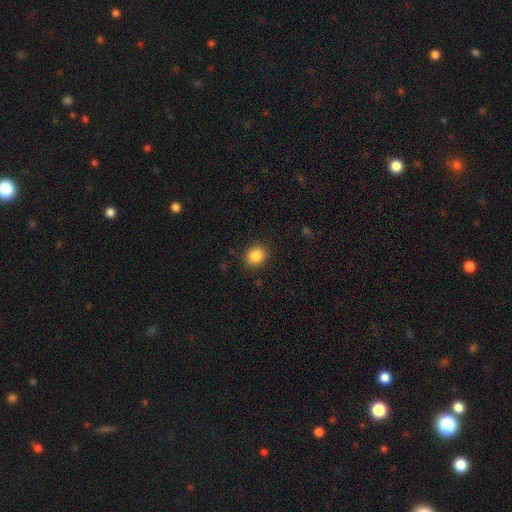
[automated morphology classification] smooth_or_featured: smooth (p=0.86) [alt: star or artifact p=0.10]
how_rounded: round (p=0.73) [alt: in between p=0.26]
merging: none (p=0.89) [alt: minor disturbance p=0.08]